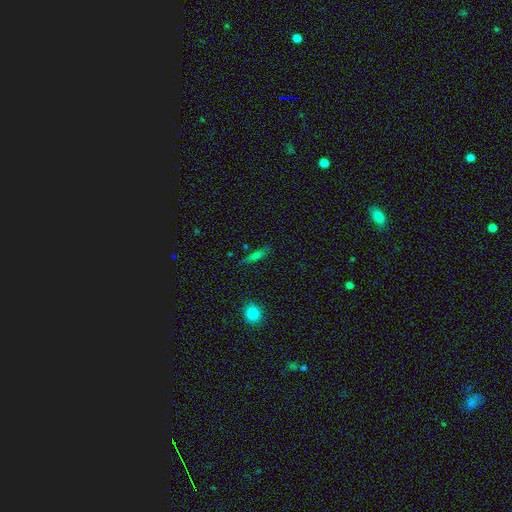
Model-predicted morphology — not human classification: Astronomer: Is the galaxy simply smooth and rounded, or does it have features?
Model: smooth — 60%.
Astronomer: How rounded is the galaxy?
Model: cigar-shaped — 73%.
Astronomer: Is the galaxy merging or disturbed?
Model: none — 82%.